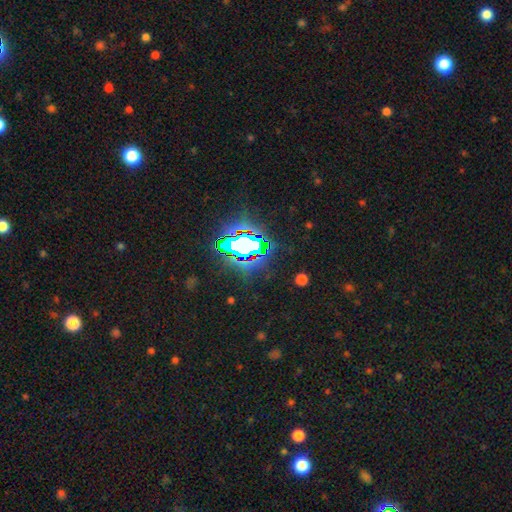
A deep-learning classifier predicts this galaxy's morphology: smooth-or-featured: star or artifact: 81% | smooth: 13% | featured or disk: 7%